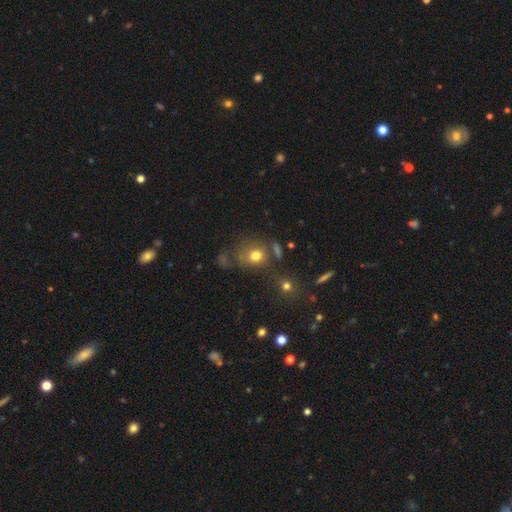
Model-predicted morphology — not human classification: This is likely a smooth galaxy (74%). How rounded: likely round (63%). Merging: possibly none (48%).